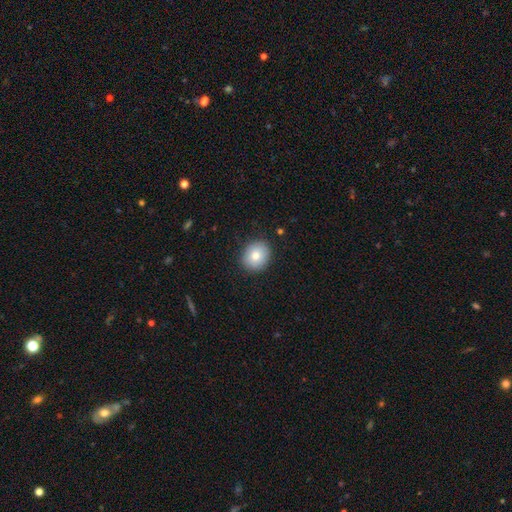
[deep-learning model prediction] Smooth or featured? Predicted: smooth (p=0.77). How rounded? Predicted: round (p=0.75). Merging? Predicted: none (p=0.86).